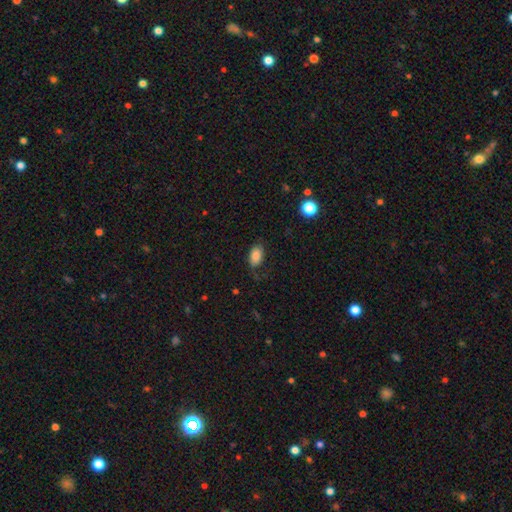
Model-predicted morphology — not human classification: Smooth or featured: smooth — 80% (featured or disk — 12%)
How rounded: in between — 90% (round — 8%)
Merging: none — 65% (minor disturbance — 23%)